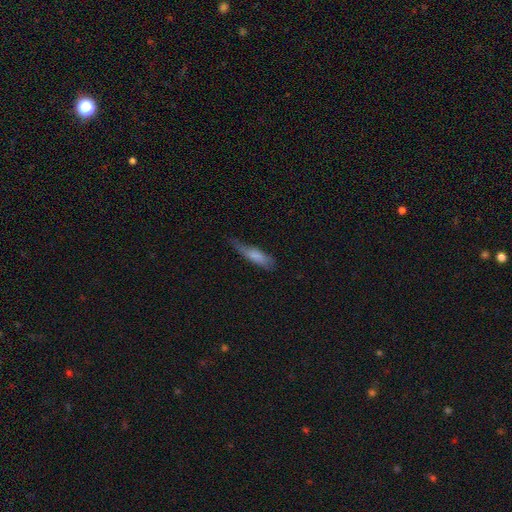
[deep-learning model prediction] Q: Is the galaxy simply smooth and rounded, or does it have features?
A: smooth — 75%.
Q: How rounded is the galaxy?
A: cigar-shaped — 64%.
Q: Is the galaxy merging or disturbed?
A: none — 43%.